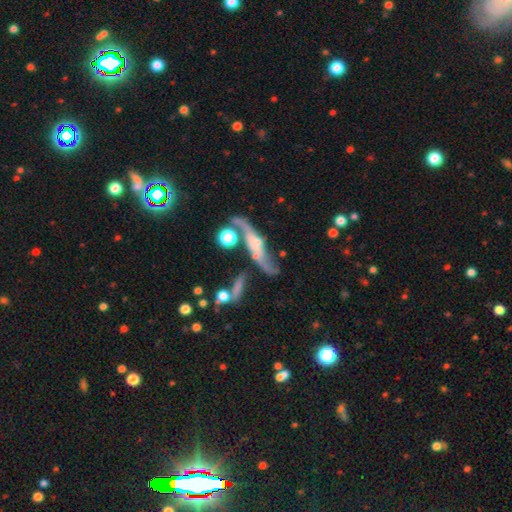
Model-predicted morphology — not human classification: Q: Smooth or featured?
A: featured or disk (68%); runner-up: star or artifact (17%)
Q: Edge-on disk?
A: no (60%); runner-up: yes (40%)
Q: Merging?
A: none (46%); runner-up: merger (22%)